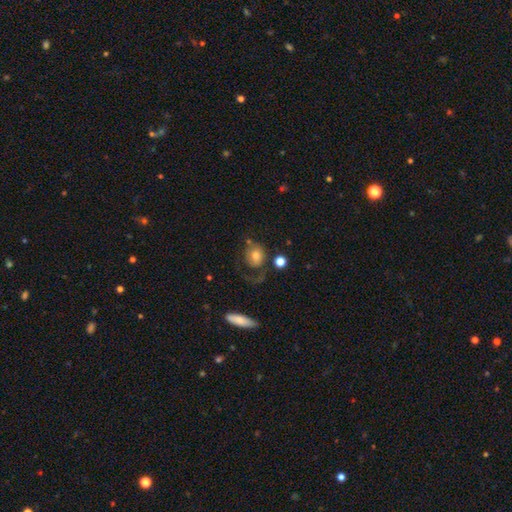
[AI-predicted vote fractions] Q: Smooth or featured?
A: smooth (66%); runner-up: featured or disk (25%)
Q: How rounded?
A: round (56%); runner-up: in between (43%)
Q: Merging?
A: none (44%); runner-up: major disturbance (29%)